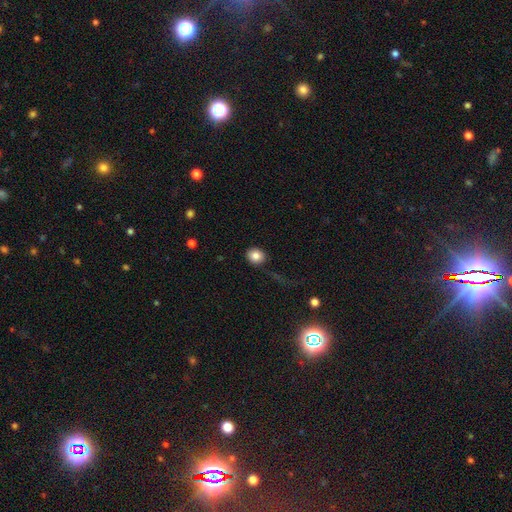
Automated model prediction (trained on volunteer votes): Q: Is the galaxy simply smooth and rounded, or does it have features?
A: smooth — 83%.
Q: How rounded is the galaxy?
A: round — 75%.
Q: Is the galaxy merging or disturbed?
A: none — 86%.